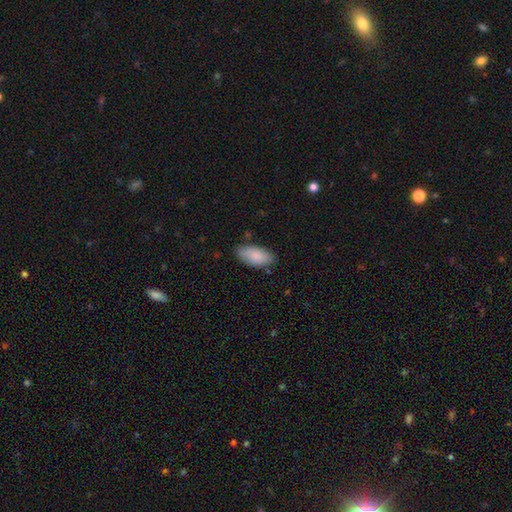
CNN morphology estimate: Q: Smooth or featured?
A: smooth (84%); runner-up: featured or disk (10%)
Q: How rounded?
A: in between (93%); runner-up: cigar-shaped (4%)
Q: Merging?
A: none (78%); runner-up: minor disturbance (17%)